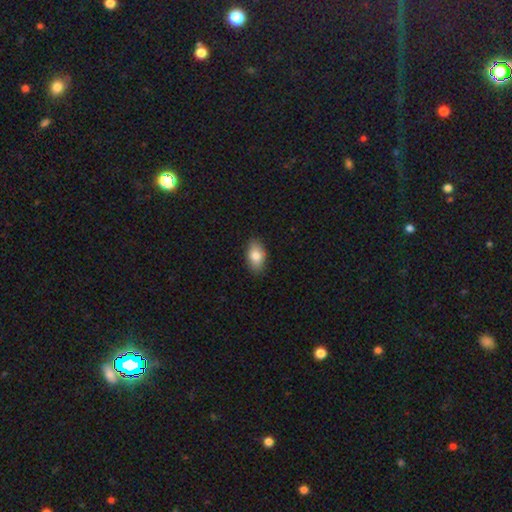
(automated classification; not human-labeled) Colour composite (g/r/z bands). It shows a smooth galaxy with no disk features (82%) that is in between round and cigar-shaped (90%). Merging: none (87%).